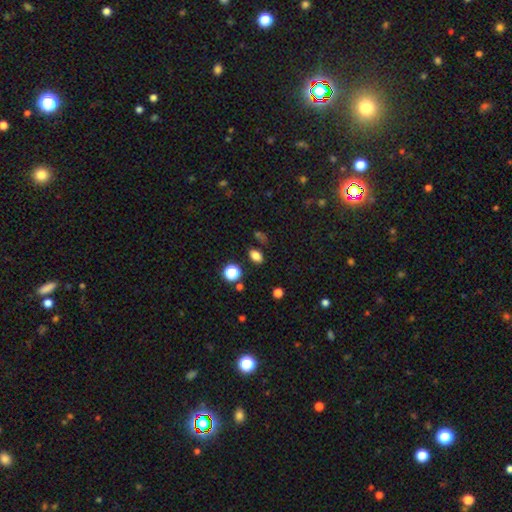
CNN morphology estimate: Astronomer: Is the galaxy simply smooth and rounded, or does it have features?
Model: smooth — 79%.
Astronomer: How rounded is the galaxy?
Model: in between — 79%.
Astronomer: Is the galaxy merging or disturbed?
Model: none — 82%.